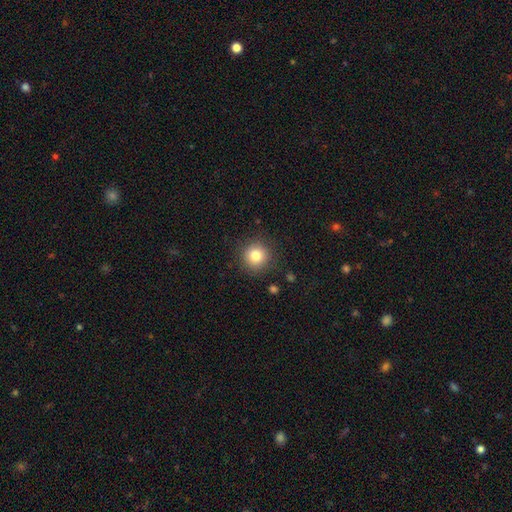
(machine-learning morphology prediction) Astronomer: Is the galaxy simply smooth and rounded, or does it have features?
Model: smooth — 81%.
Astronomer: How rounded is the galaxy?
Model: round — 94%.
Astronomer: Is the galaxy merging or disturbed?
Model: none — 89%.